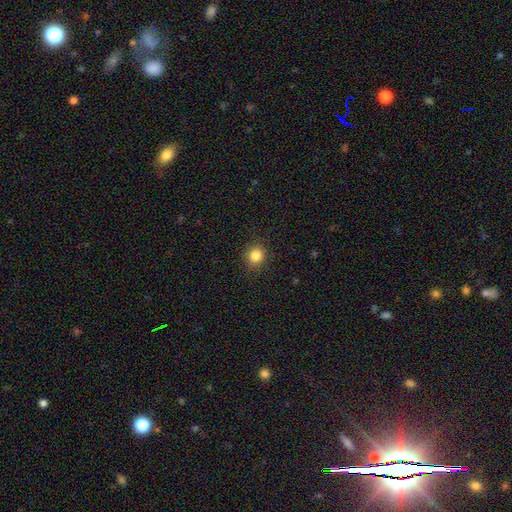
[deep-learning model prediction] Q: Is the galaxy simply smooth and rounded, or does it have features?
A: smooth — 84%.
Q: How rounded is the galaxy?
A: round — 85%.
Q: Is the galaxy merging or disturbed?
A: none — 89%.